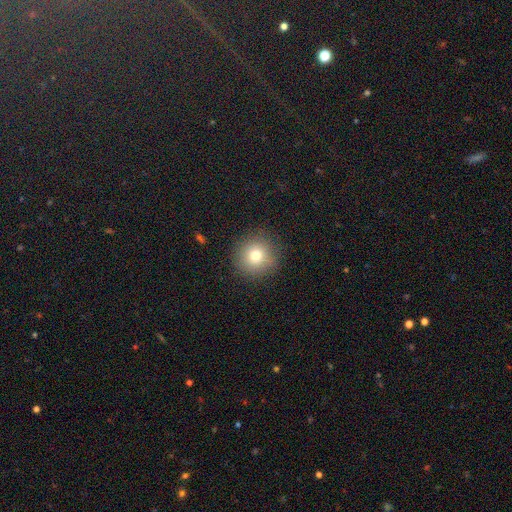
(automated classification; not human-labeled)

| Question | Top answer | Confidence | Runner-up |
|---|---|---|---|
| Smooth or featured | smooth | 76% | star or artifact (13%) |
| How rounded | round | 94% | in between (5%) |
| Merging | none | 89% | minor disturbance (7%) |